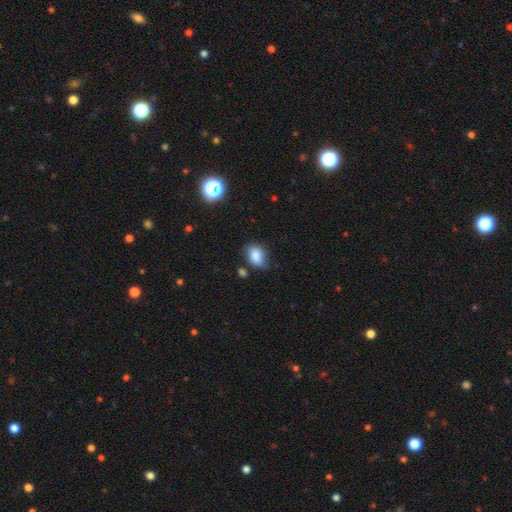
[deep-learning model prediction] Smooth or featured?
  - smooth: 82% *
  - star or artifact: 10%
  - featured or disk: 8%
How rounded?
  - in between: 77% *
  - round: 22%
  - cigar-shaped: 1%
Merging?
  - none: 59% *
  - minor disturbance: 29%
  - major disturbance: 7%
  - merger: 5%